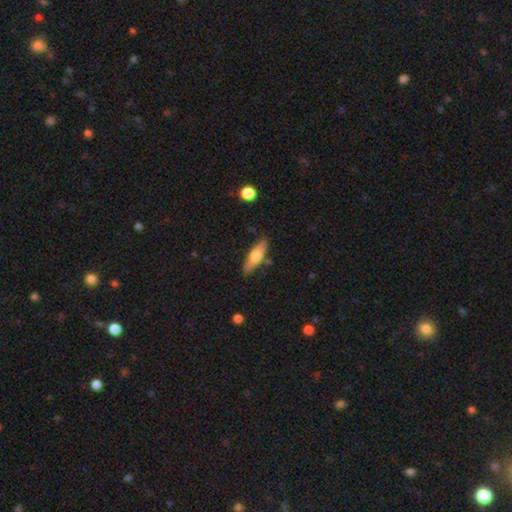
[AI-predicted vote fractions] A smooth galaxy with no disk features (59%) that is cigar-shaped (52%). Merging: none (82%).